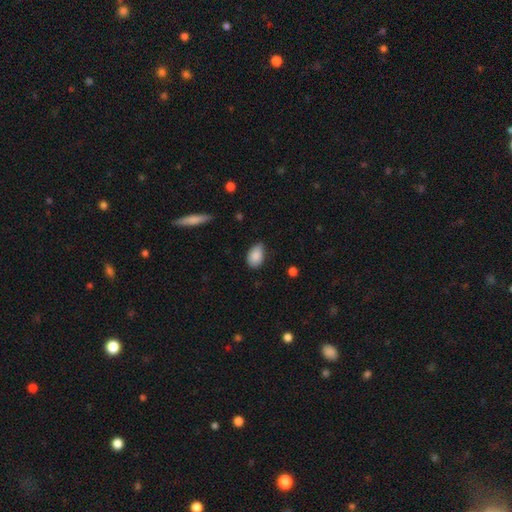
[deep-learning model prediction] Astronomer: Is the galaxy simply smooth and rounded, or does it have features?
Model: smooth — 88%.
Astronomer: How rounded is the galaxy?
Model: in between — 90%.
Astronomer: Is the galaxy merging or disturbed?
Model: none — 69%.